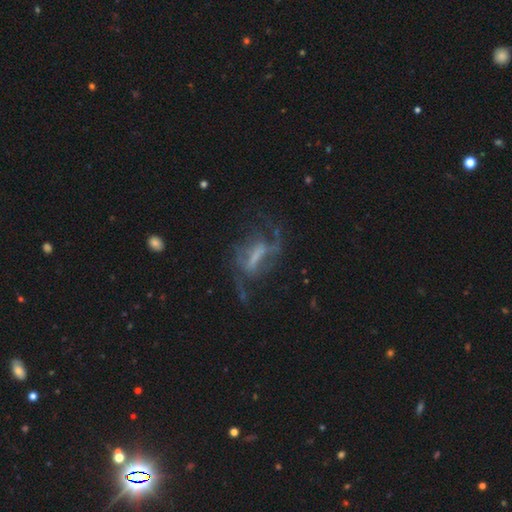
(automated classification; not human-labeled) Smooth or featured? featured or disk (68%)
Edge-on disk? no (85%)
Bar? strong (48%)
Spiral arms? yes (64%)
Bulge size? none (49%)
Merging? none (41%)